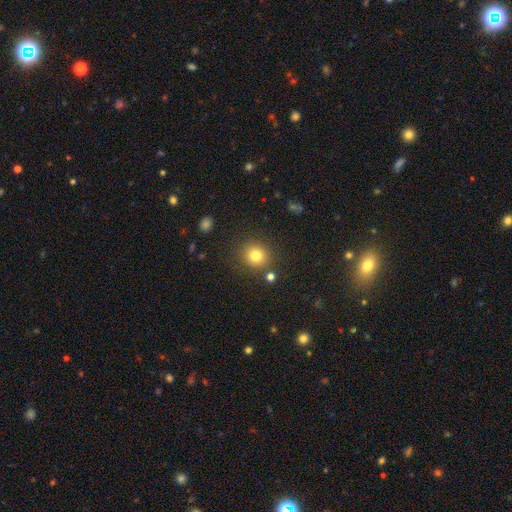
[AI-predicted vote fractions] A smooth galaxy with no disk features (80%) that is round (88%). Merging: none (85%).